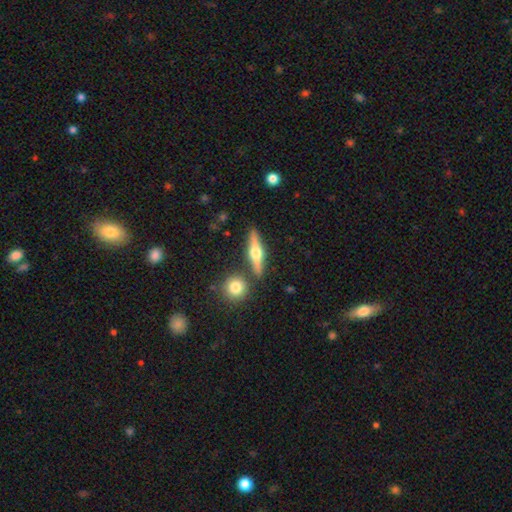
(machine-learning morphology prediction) A featured or disk galaxy (64%) viewed edge-on (95%) with a rounded central bulge (95%). Merging: none (82%).